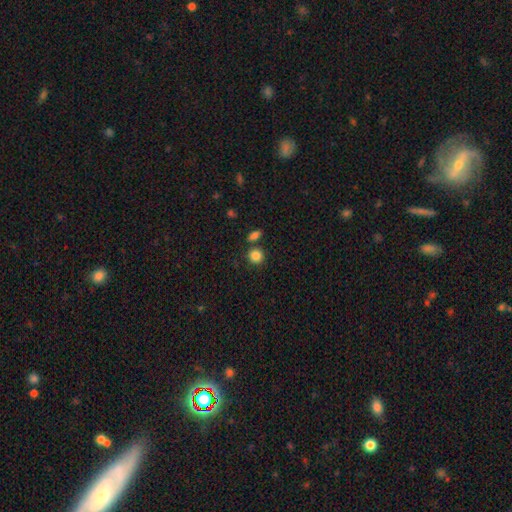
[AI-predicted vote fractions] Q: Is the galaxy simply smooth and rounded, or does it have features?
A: smooth — 86%.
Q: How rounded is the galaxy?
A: round — 84%.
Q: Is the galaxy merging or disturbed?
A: none — 75%.